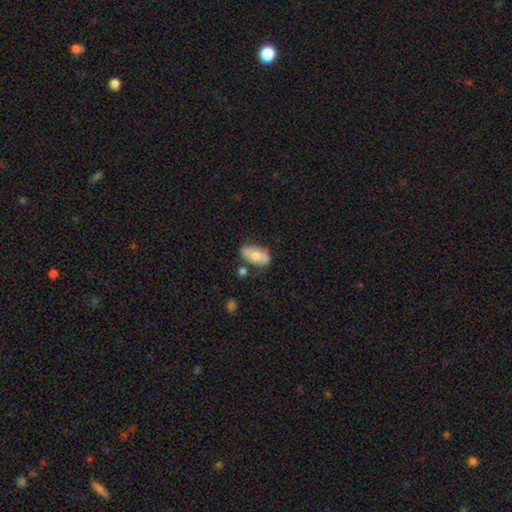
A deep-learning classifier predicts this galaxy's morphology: This is likely a smooth galaxy (66%). How rounded: clearly in between (88%). Merging: likely none (66%).